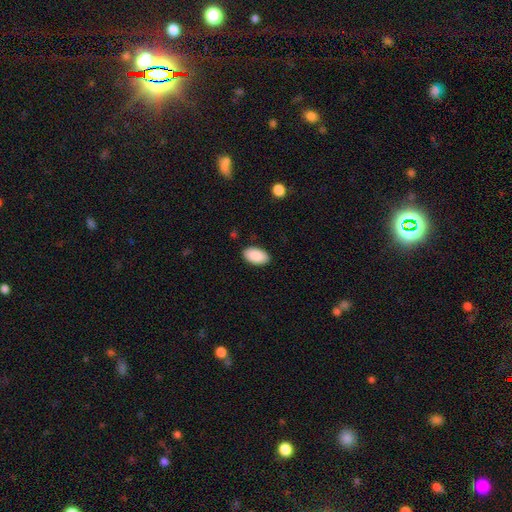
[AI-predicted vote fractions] A smooth galaxy with no disk features (91%) that is in between round and cigar-shaped (96%).

Vote fractions:
- Smooth or featured? smooth: 91% / star or artifact: 6% / featured or disk: 3%
- How rounded? in between: 96% / round: 3% / cigar-shaped: 1%
- Merging? none: 88% / minor disturbance: 9% / major disturbance: 2% / merger: 1%